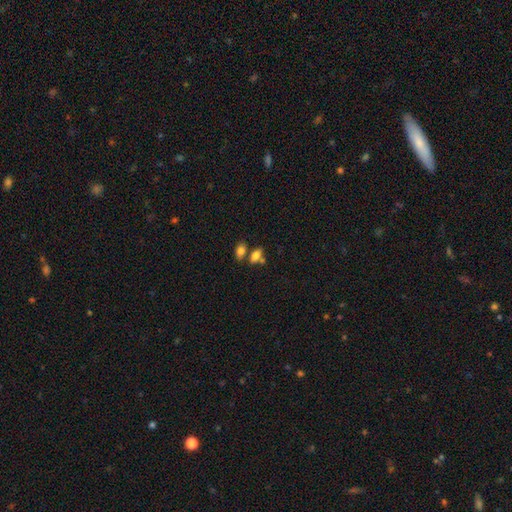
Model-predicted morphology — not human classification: smooth_or_featured: smooth (p=0.81) [alt: star or artifact p=0.10]
how_rounded: in between (p=0.87) [alt: round p=0.08]
merging: none (p=0.54) [alt: merger p=0.30]